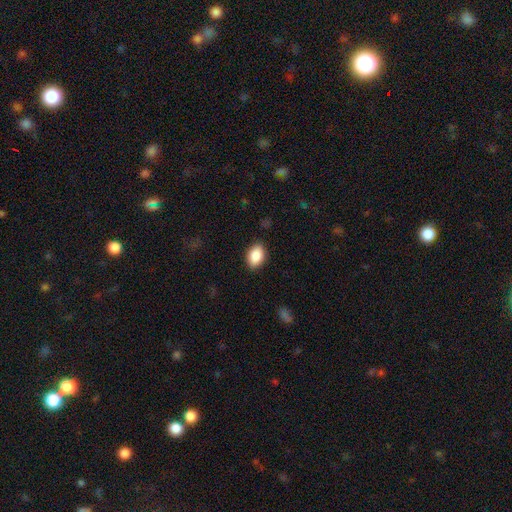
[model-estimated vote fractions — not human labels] smooth 87%, star or artifact 7%, featured or disk 6%. Down the decision tree: how rounded — in between (88%); merging — none (87%).